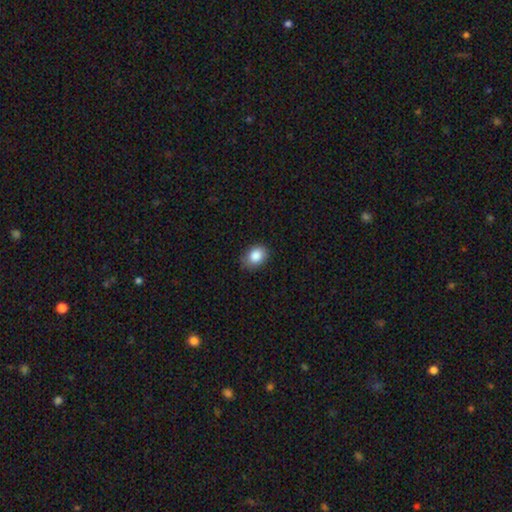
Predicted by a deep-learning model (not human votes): This is clearly a smooth galaxy (87%). How rounded: possibly in between (59%). Merging: likely none (79%).